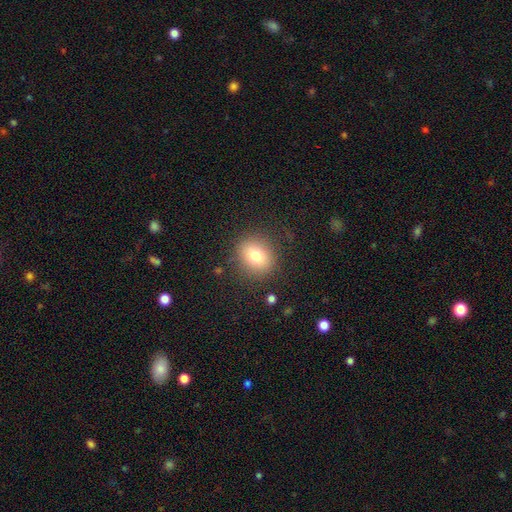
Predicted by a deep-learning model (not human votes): This appears to be a smooth galaxy with no disk features (77%) that is round (69%). Merging: none (85%).